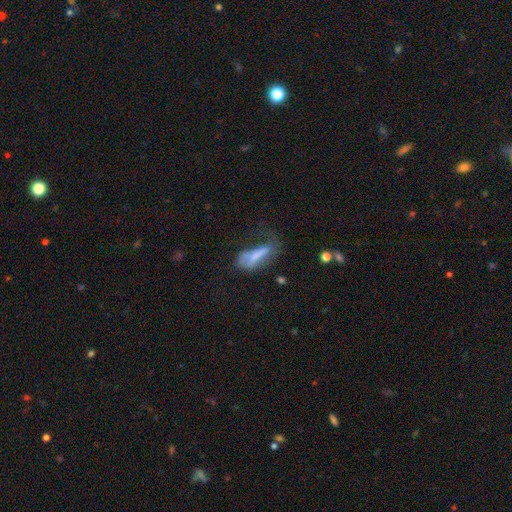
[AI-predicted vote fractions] Overall: smooth (57%; featured or disk 33%). How rounded: in between (51%; cigar-shaped 46%). Merging: major disturbance (45%; none 24%).